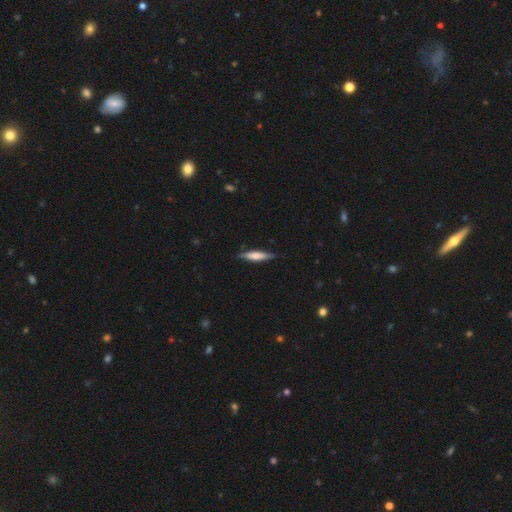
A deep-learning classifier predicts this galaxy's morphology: smooth 48%, featured or disk 46%, star or artifact 6%. Down the decision tree: merging — none (86%).